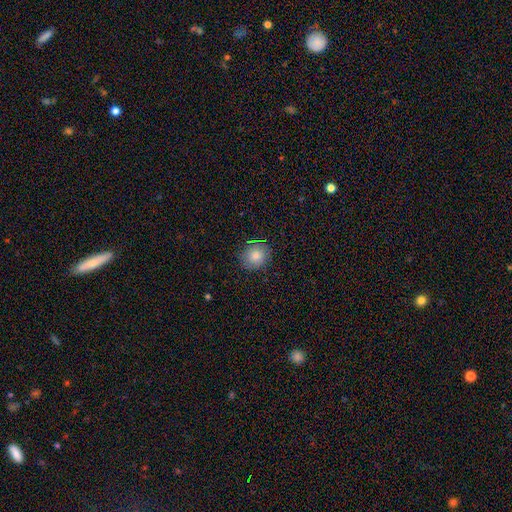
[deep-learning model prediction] The model was most divided on "smooth or featured": smooth: 78%, star or artifact: 12%, featured or disk: 10%. More confident: merging — none (85%); how rounded — round (83%).